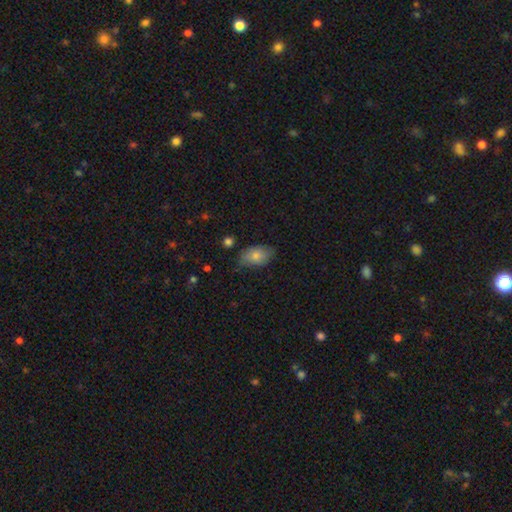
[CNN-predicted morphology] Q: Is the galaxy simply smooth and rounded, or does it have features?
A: smooth — 74%.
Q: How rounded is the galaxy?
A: in between — 89%.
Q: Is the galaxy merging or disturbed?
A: none — 67%.